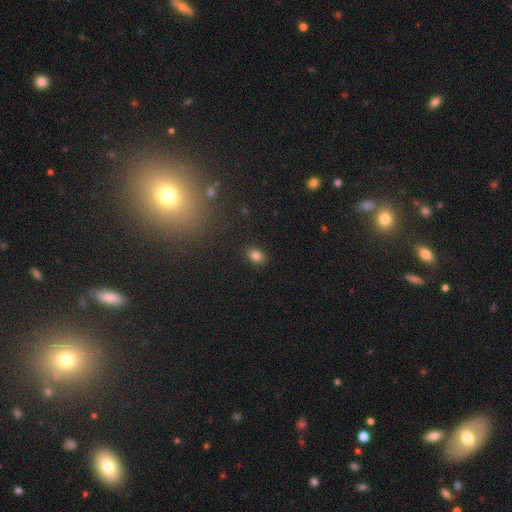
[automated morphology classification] smooth 82%, star or artifact 12%, featured or disk 6%. Down the decision tree: how rounded — in between (75%); merging — none (88%).